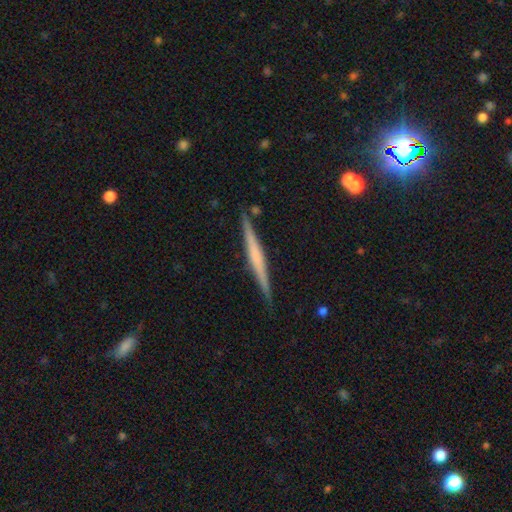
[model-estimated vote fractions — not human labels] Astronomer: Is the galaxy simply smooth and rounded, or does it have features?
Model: featured or disk — 62%.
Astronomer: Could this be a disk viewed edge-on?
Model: yes — 98%.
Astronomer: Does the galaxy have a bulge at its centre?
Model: none — 54% (runner-up: rounded, 29%).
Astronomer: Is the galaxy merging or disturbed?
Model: none — 89%.